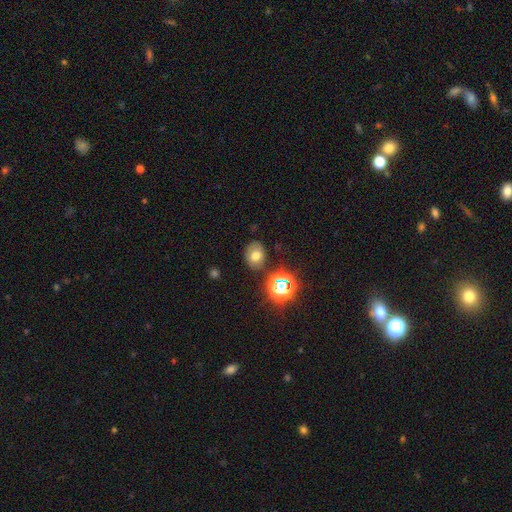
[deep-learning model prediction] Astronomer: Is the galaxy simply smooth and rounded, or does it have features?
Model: smooth — 69%.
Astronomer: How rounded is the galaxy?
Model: round — 50% (runner-up: in between, 49%).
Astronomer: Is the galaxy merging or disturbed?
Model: none — 79%.